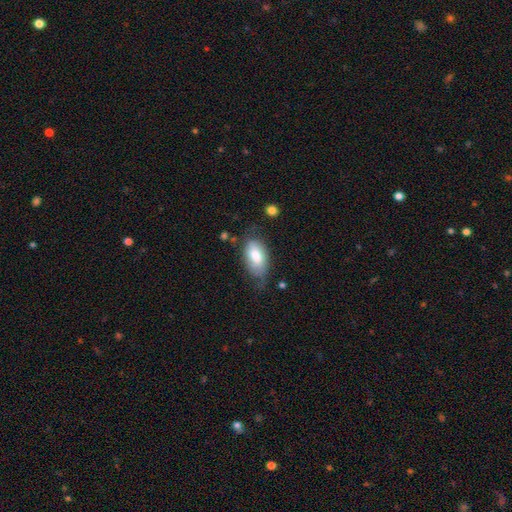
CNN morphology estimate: Q: Smooth or featured?
A: smooth (78%); runner-up: featured or disk (16%)
Q: How rounded?
A: in between (93%); runner-up: round (4%)
Q: Merging?
A: none (55%); runner-up: minor disturbance (32%)